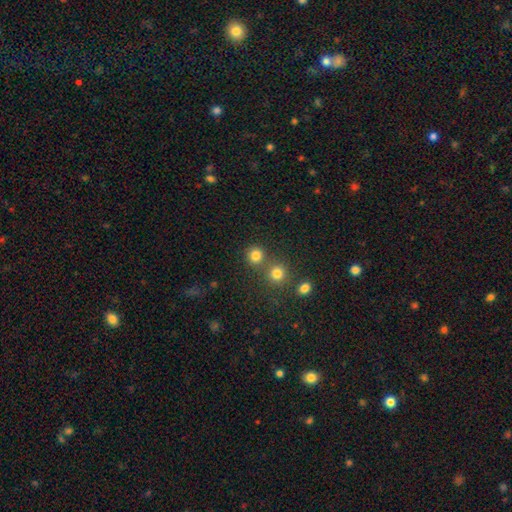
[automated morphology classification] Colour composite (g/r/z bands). It shows a smooth galaxy with no disk features (81%) that is round (89%). Merging: none (70%).